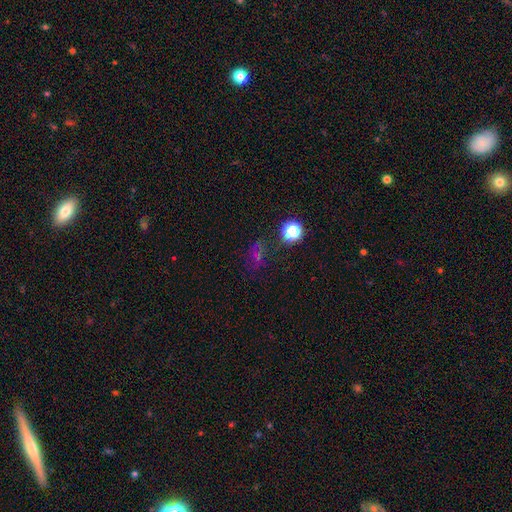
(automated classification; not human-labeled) star or artifact 45%, smooth 38%, featured or disk 17%.